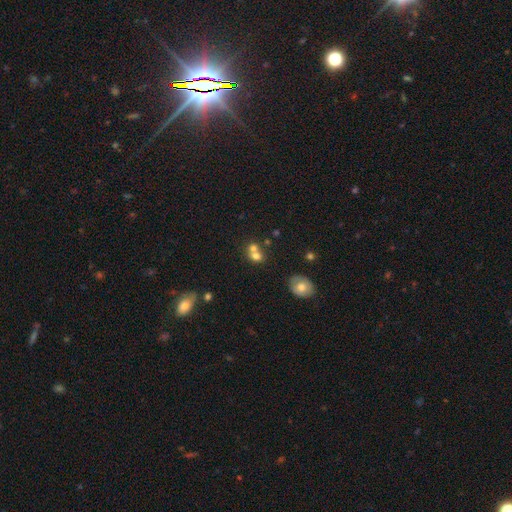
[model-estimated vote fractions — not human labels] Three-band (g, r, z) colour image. It shows a smooth galaxy with no disk features (70%) that is round (69%). Merging: merger (56%).